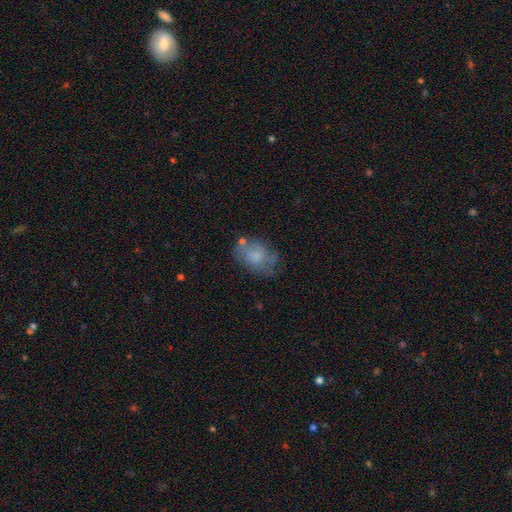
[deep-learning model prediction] Morphology: type=smooth (58%); roundness=in between (78%); merging=none (53%).